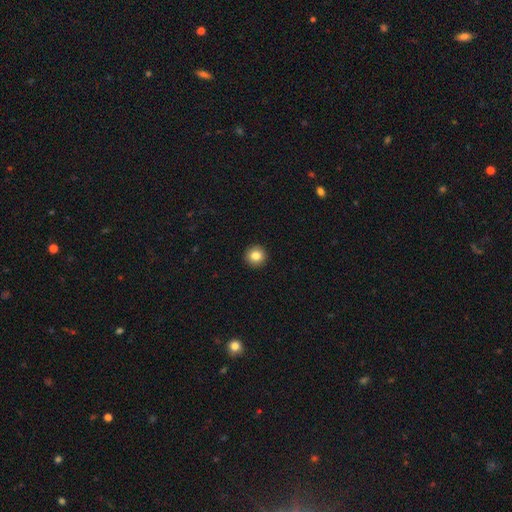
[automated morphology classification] Smooth or featured?
  - smooth: 83% *
  - star or artifact: 10%
  - featured or disk: 7%
How rounded?
  - round: 95% *
  - in between: 4%
  - cigar-shaped: 1%
Merging?
  - none: 94% *
  - minor disturbance: 4%
  - major disturbance: 1%
  - merger: 1%